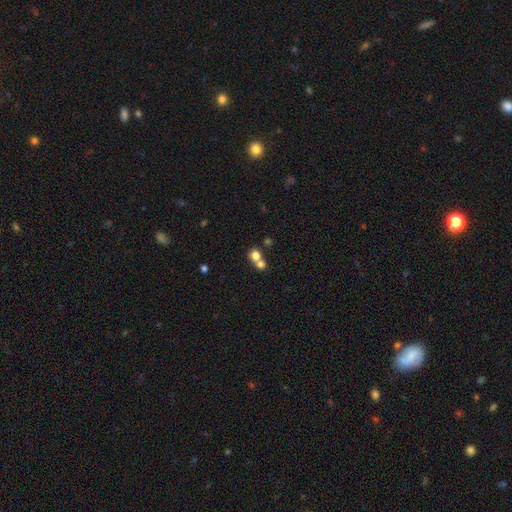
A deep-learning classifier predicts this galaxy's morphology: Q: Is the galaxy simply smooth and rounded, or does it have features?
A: smooth — 75%.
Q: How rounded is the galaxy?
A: round — 74%.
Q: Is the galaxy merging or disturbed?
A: merger — 62%.